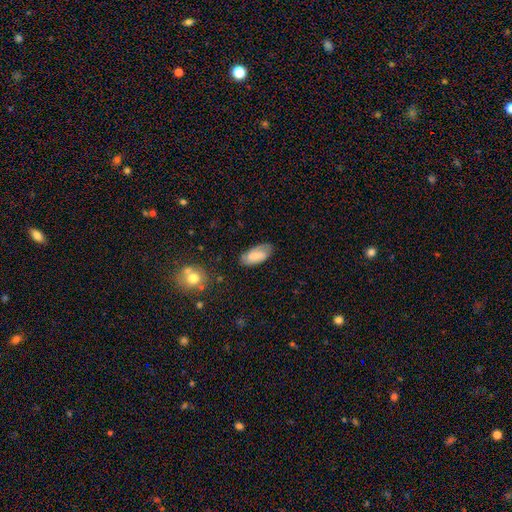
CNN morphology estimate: smooth_or_featured: smooth (p=0.60) [alt: featured or disk p=0.32]
how_rounded: in between (p=0.92) [alt: cigar-shaped p=0.05]
merging: none (p=0.75) [alt: minor disturbance p=0.19]